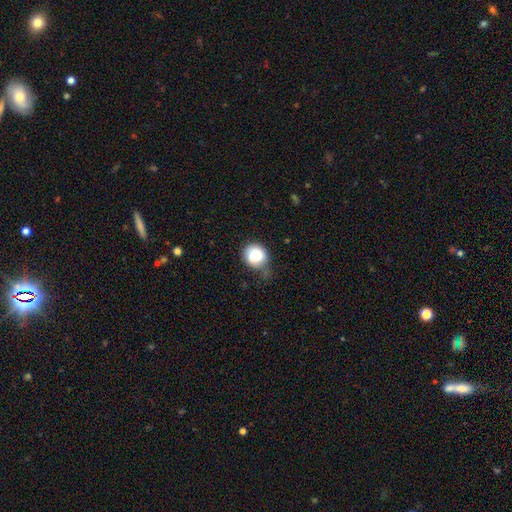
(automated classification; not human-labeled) Overall: smooth (81%). How rounded: round (79%). Merging: none (48%; minor disturbance 37%).